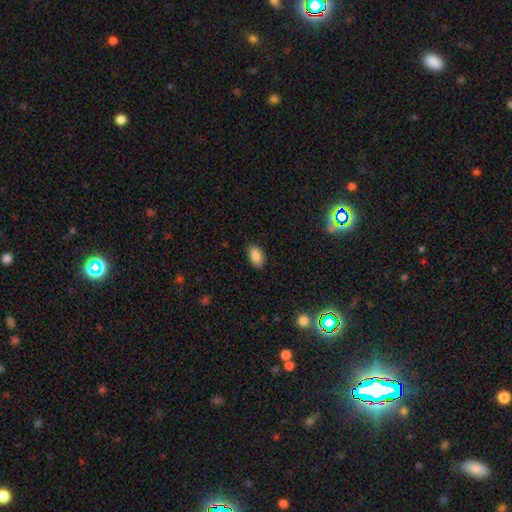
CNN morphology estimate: Smooth or featured: smooth — 86% (star or artifact — 8%)
How rounded: in between — 92% (round — 5%)
Merging: none — 86% (minor disturbance — 10%)